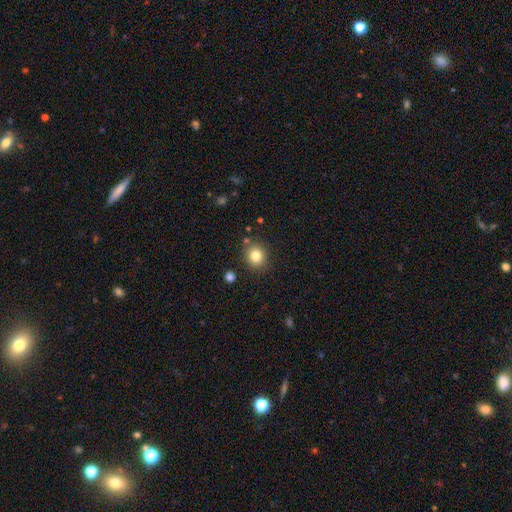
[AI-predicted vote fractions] Q: Smooth or featured?
A: smooth (82%); runner-up: star or artifact (11%)
Q: How rounded?
A: round (79%); runner-up: in between (20%)
Q: Merging?
A: none (83%); runner-up: minor disturbance (10%)